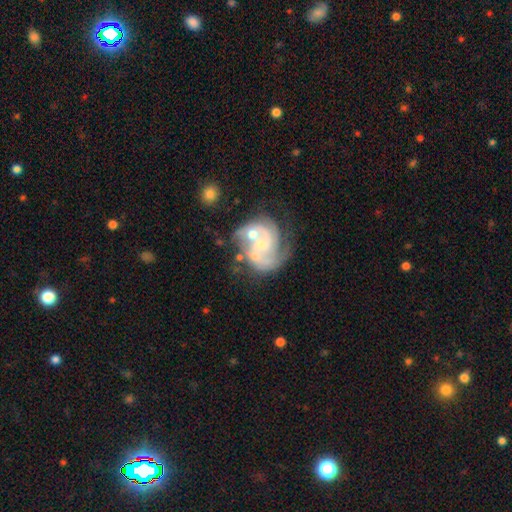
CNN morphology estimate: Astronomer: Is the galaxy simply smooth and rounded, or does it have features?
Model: featured or disk — 83%.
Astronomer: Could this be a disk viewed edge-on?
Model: no — 98%.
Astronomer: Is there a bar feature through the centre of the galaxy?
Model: no — 69%.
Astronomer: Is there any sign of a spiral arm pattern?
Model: yes — 91%.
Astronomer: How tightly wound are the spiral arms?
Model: medium — 45% (runner-up: tight, 36%).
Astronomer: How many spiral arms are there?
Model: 2 — 57%.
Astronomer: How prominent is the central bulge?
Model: moderate — 46%, tied with small at 46%.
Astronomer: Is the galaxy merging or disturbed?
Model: merger — 42% (runner-up: none, 29%).